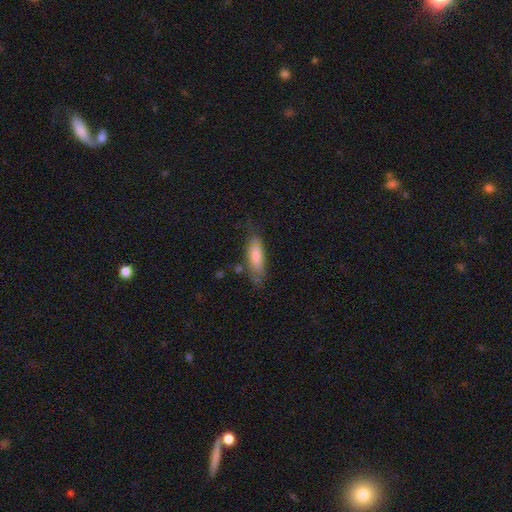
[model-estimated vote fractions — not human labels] Q: Smooth or featured?
A: smooth (70%); runner-up: featured or disk (23%)
Q: How rounded?
A: in between (55%); runner-up: cigar-shaped (44%)
Q: Merging?
A: none (59%); runner-up: minor disturbance (26%)